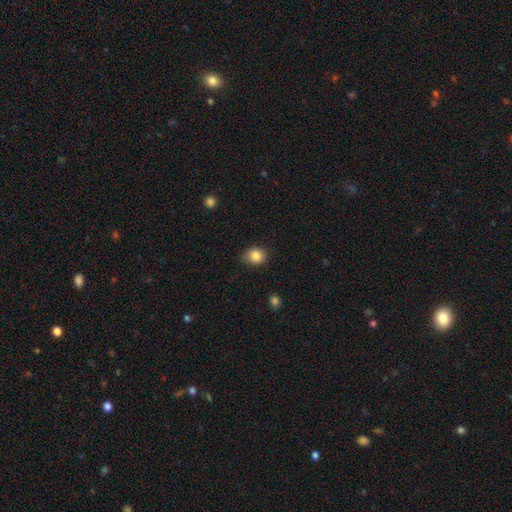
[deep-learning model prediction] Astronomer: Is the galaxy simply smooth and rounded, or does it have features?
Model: smooth — 85%.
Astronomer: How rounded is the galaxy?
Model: round — 67%.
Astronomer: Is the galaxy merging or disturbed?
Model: none — 78%.